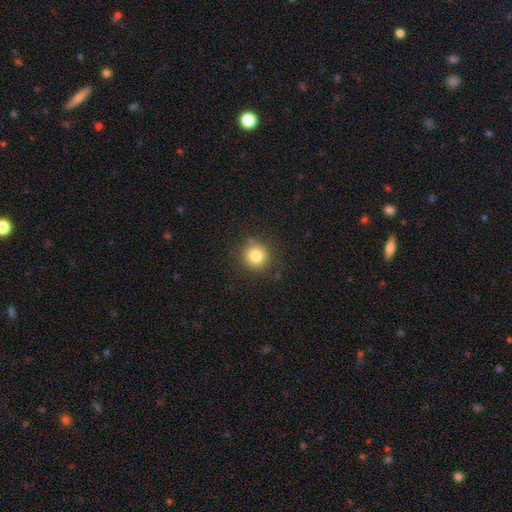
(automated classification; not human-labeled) smooth-or-featured: smooth: 82% | star or artifact: 11% | featured or disk: 6%
  how-rounded: round: 93% | in between: 6% | cigar-shaped: 1%
  merging: none: 87% | minor disturbance: 9% | major disturbance: 3% | merger: 2%